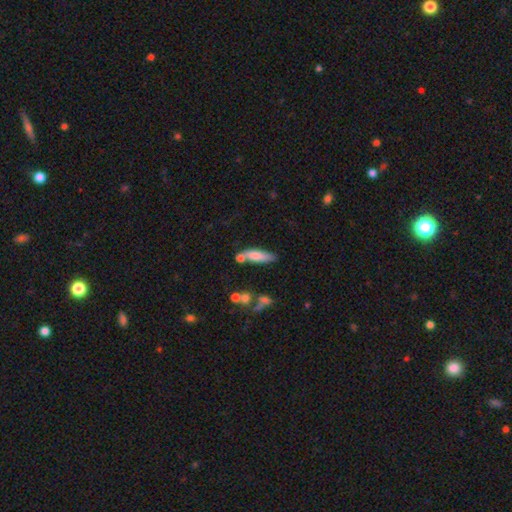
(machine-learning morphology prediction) A smooth galaxy with no disk features (75%) that is cigar-shaped (59%).

Vote fractions:
- Smooth or featured? smooth: 75% / featured or disk: 18% / star or artifact: 7%
- How rounded? cigar-shaped: 59% / in between: 39% / round: 2%
- Merging? none: 54% / merger: 20% / minor disturbance: 19% / major disturbance: 6%